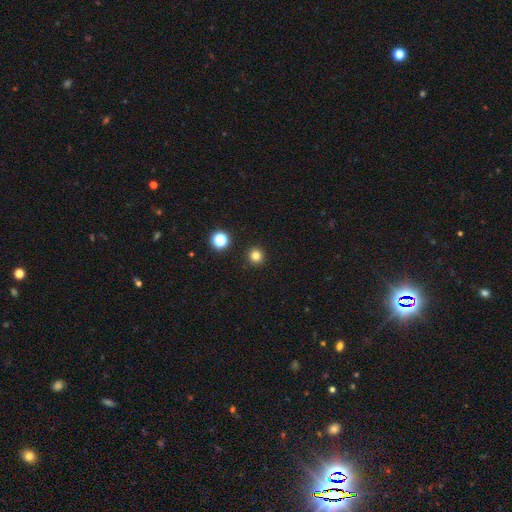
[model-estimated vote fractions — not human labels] Morphology: type=smooth (81%); roundness=round (95%); merging=none (93%).